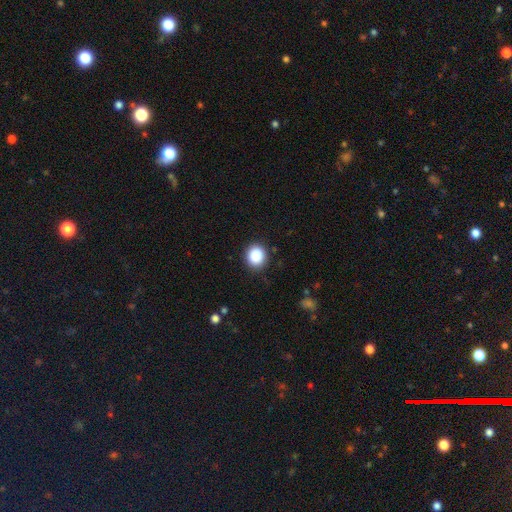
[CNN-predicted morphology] A smooth galaxy with no disk features (87%) that is round (82%).

Vote fractions:
- Smooth or featured? smooth: 87% / star or artifact: 9% / featured or disk: 4%
- How rounded? round: 82% / in between: 17% / cigar-shaped: 1%
- Merging? none: 89% / minor disturbance: 8% / major disturbance: 2% / merger: 1%